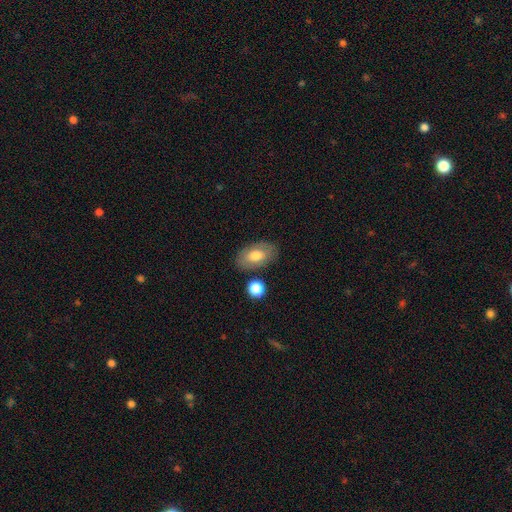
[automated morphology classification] Overall: smooth (69%). How rounded: in between (91%). Merging: none (77%).